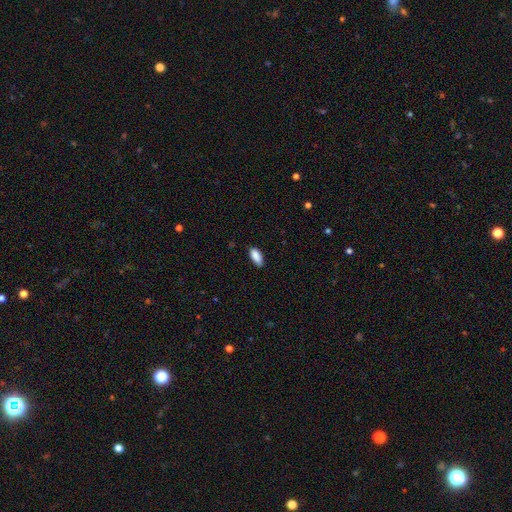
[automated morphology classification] Smooth or featured? Predicted: smooth (p=0.88). How rounded? Predicted: in between (p=0.85). Merging? Predicted: none (p=0.79).